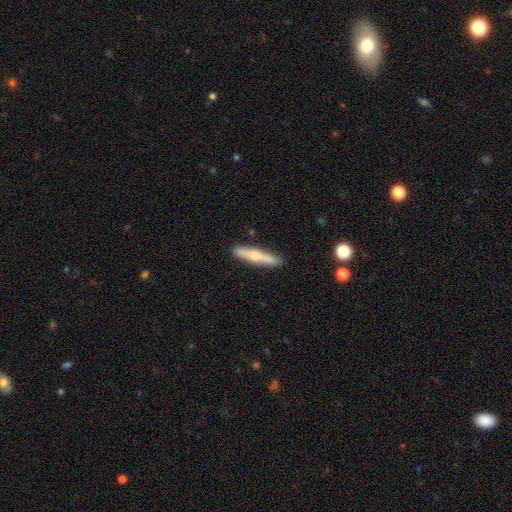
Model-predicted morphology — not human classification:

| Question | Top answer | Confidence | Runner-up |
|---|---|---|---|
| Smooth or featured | smooth | 61% | featured or disk (33%) |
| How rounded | cigar-shaped | 92% | in between (7%) |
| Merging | none | 89% | minor disturbance (8%) |